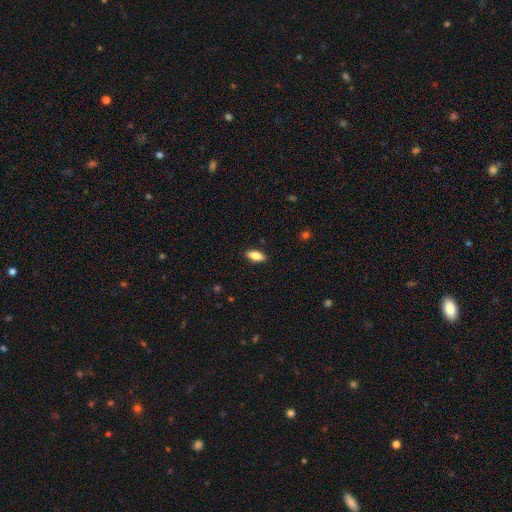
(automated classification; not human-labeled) This is clearly a smooth galaxy (84%). How rounded: clearly in between (82%). Merging: clearly none (89%).